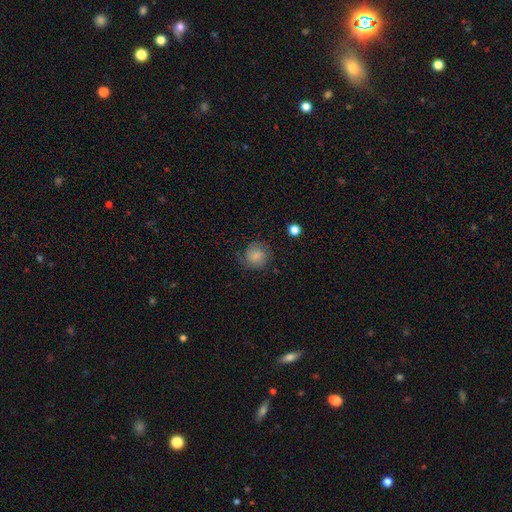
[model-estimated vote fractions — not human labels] smooth_or_featured: smooth (p=0.67) [alt: featured or disk p=0.24]
how_rounded: round (p=0.87) [alt: in between p=0.12]
merging: none (p=0.67) [alt: minor disturbance p=0.20]